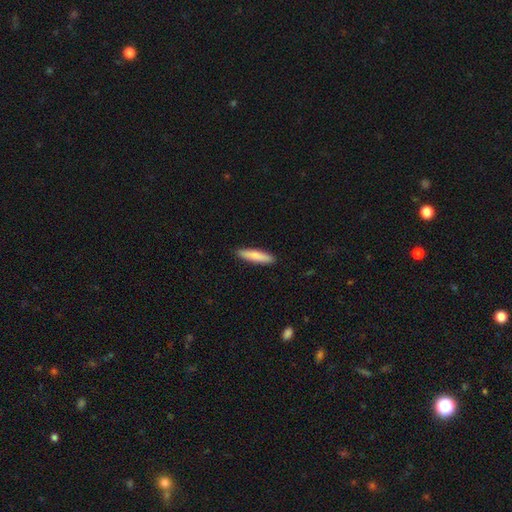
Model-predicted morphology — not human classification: Smooth or featured? smooth (84%)
How rounded? cigar-shaped (84%)
Merging? none (91%)